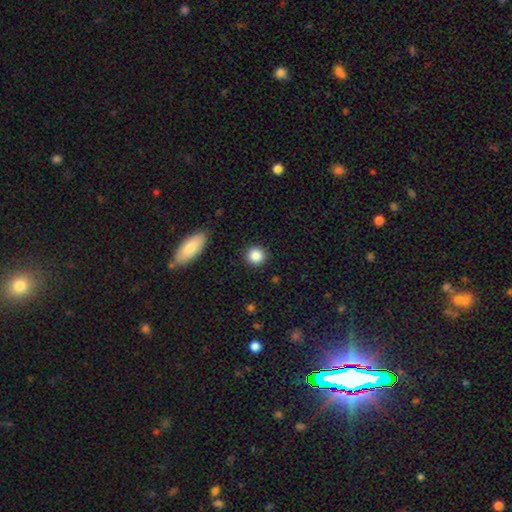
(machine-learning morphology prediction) smooth 87%, star or artifact 9%, featured or disk 4%. Down the decision tree: how rounded — round (91%); merging — none (90%).